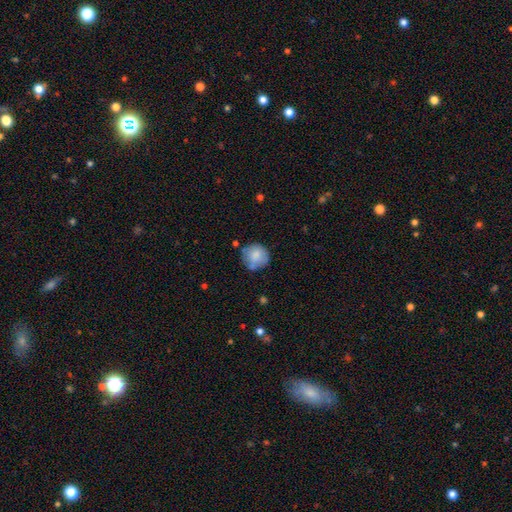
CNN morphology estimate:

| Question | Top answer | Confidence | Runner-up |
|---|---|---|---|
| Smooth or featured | smooth | 79% | featured or disk (13%) |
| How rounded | round | 91% | in between (8%) |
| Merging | none | 69% | minor disturbance (20%) |